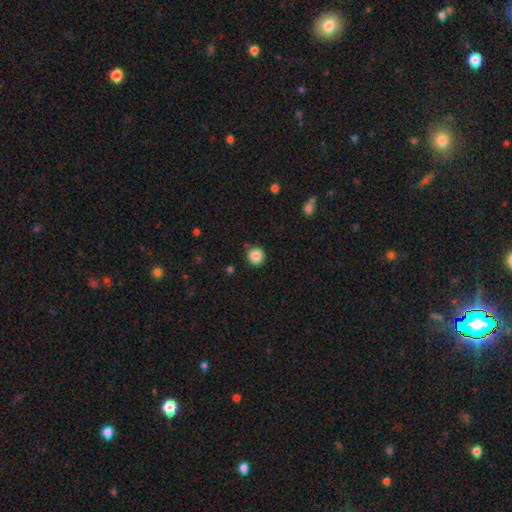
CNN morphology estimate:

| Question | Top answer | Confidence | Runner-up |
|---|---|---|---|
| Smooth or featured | smooth | 87% | star or artifact (10%) |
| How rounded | round | 93% | in between (6%) |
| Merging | none | 86% | minor disturbance (9%) |